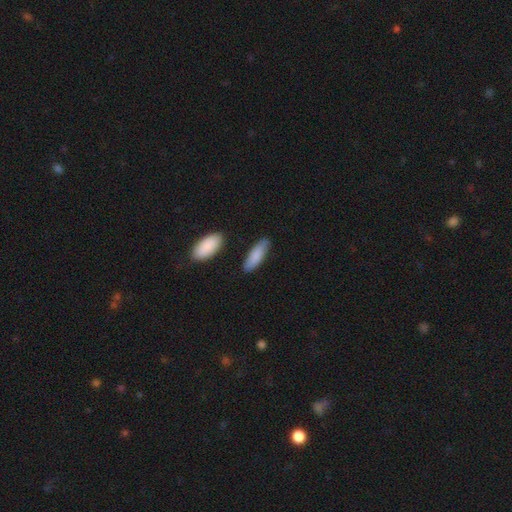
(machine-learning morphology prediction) smooth_or_featured: smooth (p=0.84) [alt: featured or disk p=0.11]
how_rounded: in between (p=0.55) [alt: cigar-shaped p=0.43]
merging: none (p=0.82) [alt: minor disturbance p=0.12]